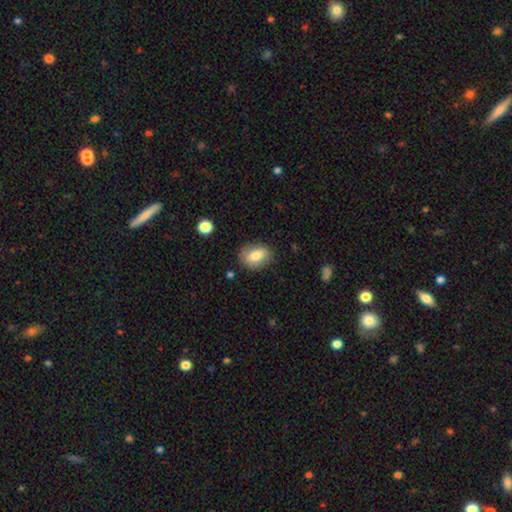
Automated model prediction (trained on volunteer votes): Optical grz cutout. It shows a smooth galaxy with no disk features (77%) that is in between round and cigar-shaped (75%). Merging: none (78%).